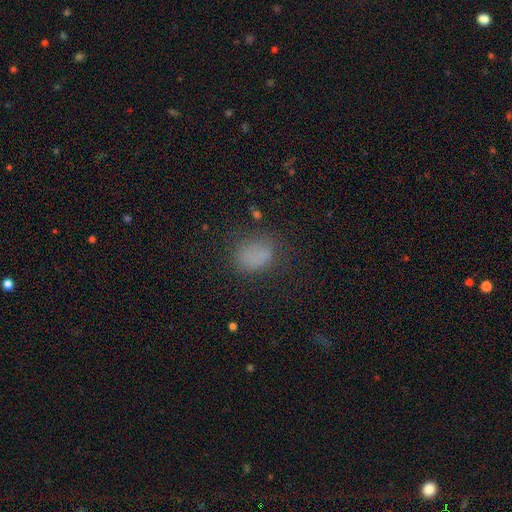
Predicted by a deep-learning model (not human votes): A smooth galaxy with no disk features (73%) that is in between round and cigar-shaped (65%).

Vote fractions:
- Smooth or featured? smooth: 73% / star or artifact: 17% / featured or disk: 10%
- How rounded? in between: 65% / round: 33% / cigar-shaped: 2%
- Merging? none: 64% / minor disturbance: 21% / major disturbance: 12% / merger: 3%